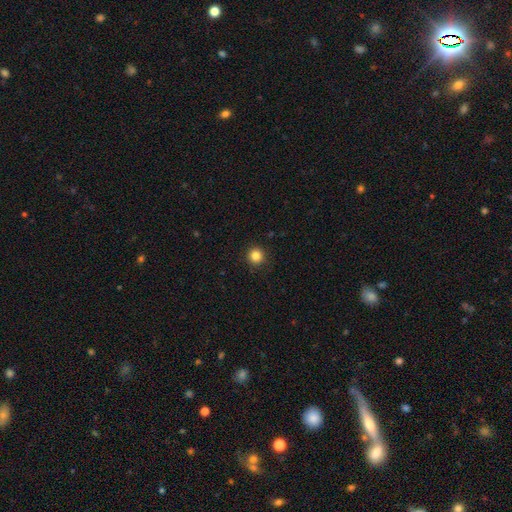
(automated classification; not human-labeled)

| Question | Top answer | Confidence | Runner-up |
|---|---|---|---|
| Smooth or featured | smooth | 84% | star or artifact (12%) |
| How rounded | round | 95% | in between (4%) |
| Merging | none | 92% | minor disturbance (5%) |